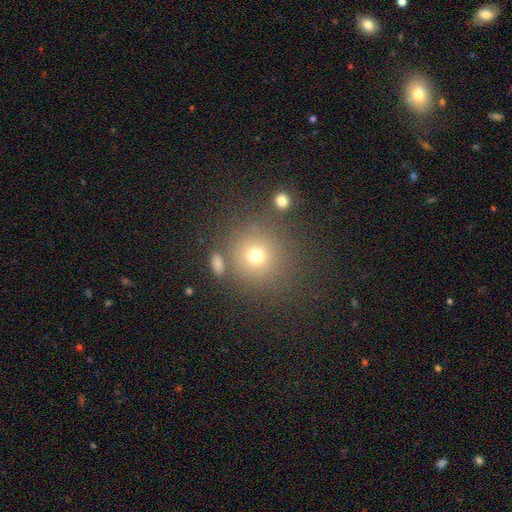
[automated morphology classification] type=smooth (72%); roundness=round (90%); merging=none (77%).